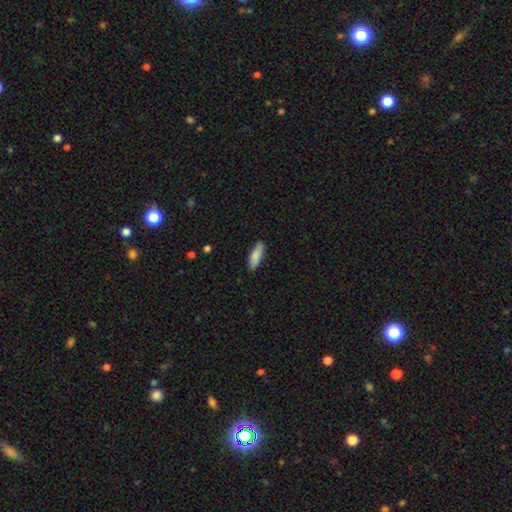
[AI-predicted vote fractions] A smooth galaxy with no disk features (85%) that is in between round and cigar-shaped (55%). Merging: none (87%).